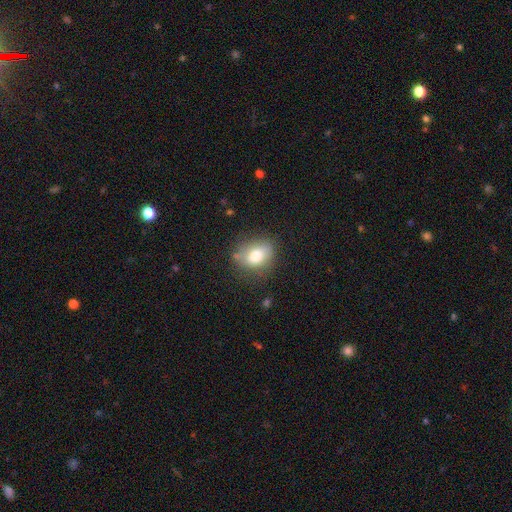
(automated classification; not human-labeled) smooth_or_featured: smooth (p=0.74) [alt: featured or disk p=0.17]
how_rounded: in between (p=0.55) [alt: round p=0.44]
merging: none (p=0.68) [alt: minor disturbance p=0.23]